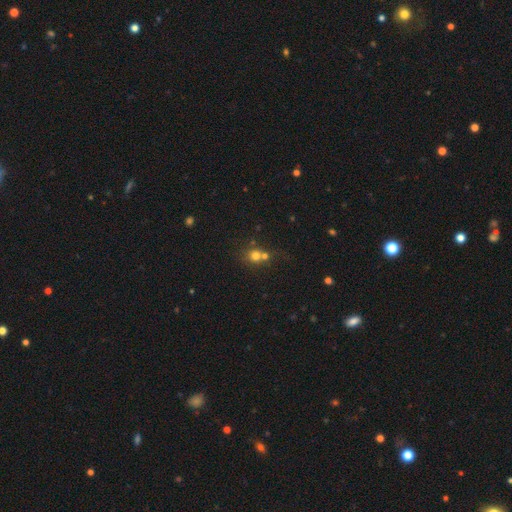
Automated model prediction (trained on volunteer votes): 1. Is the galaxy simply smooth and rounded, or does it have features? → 70% smooth, 17% star or artifact, 13% featured or disk.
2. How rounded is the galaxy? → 84% round, 15% in between, 1% cigar-shaped.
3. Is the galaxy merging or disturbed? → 48% merger, 40% none, 7% minor disturbance, 4% major disturbance.